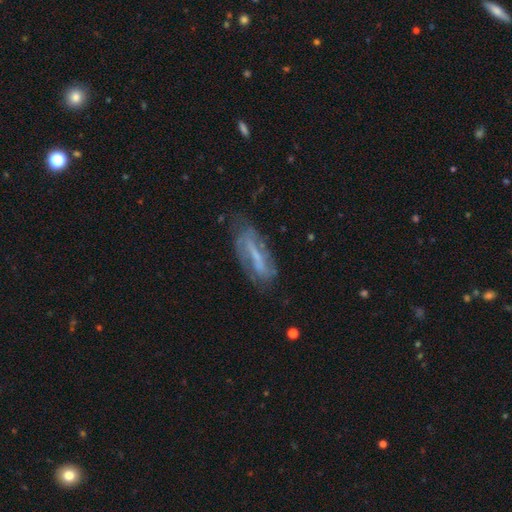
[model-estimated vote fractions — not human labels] Smooth or featured: featured or disk — 66% (smooth — 25%)
Edge-on disk: no — 75% (yes — 25%)
Merging: none — 63% (minor disturbance — 24%)